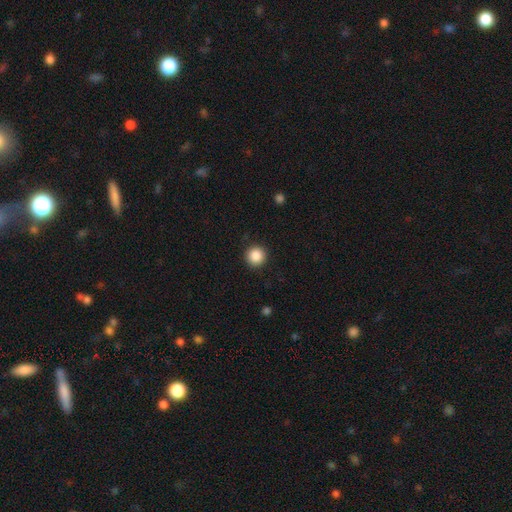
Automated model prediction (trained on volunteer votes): Q: Smooth or featured?
A: smooth (87%); runner-up: star or artifact (9%)
Q: How rounded?
A: round (95%); runner-up: in between (4%)
Q: Merging?
A: none (92%); runner-up: minor disturbance (5%)